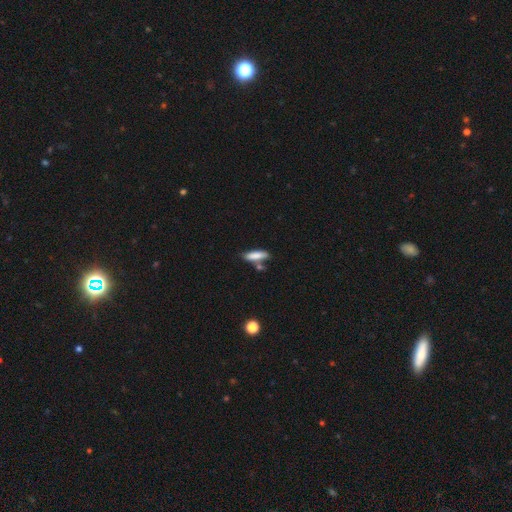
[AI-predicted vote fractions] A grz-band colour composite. It shows a smooth galaxy with no disk features (81%) that is cigar-shaped (61%). Merging: none (64%).